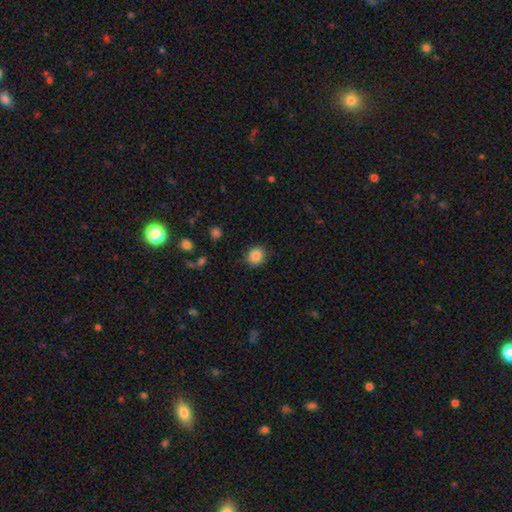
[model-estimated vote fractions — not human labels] This is clearly a smooth galaxy (86%). How rounded: clearly round (83%). Merging: clearly none (88%).